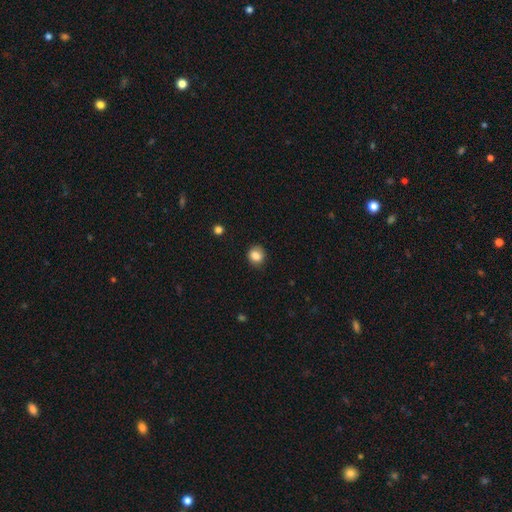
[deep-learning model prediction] smooth_or_featured: smooth (p=0.85) [alt: star or artifact p=0.09]
how_rounded: round (p=0.72) [alt: in between p=0.27]
merging: none (p=0.85) [alt: minor disturbance p=0.11]